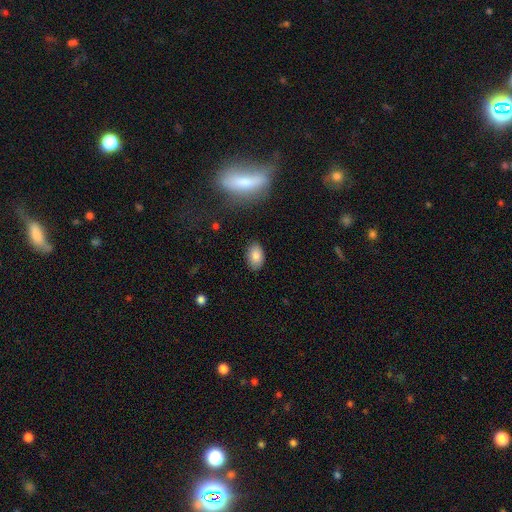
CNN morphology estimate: Smooth or featured? Predicted: smooth (p=0.85). How rounded? Predicted: in between (p=0.90). Merging? Predicted: none (p=0.86).